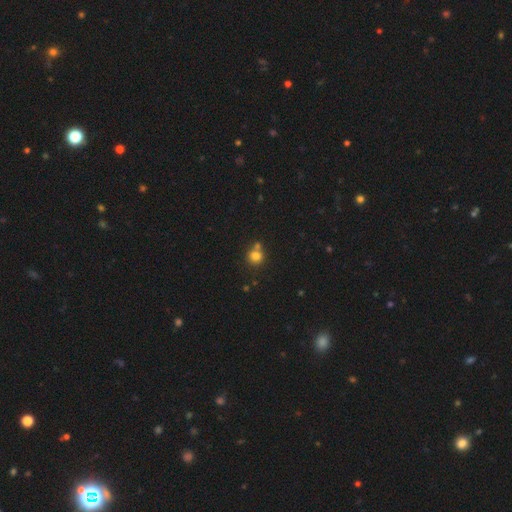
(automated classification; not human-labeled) This appears to be a smooth galaxy with no disk features (79%) that is round (83%). Merging: none (57%).